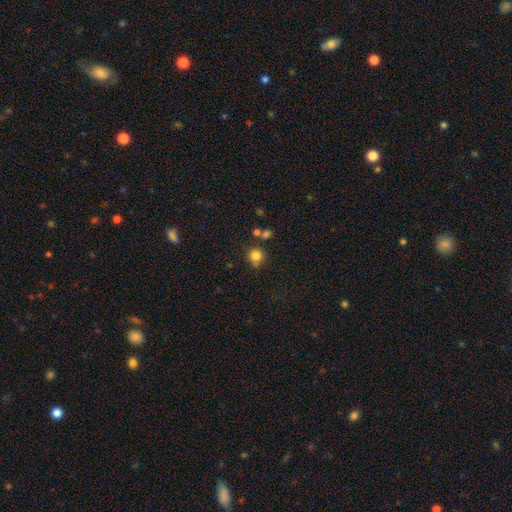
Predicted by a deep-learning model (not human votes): smooth_or_featured: smooth (p=0.81) [alt: star or artifact p=0.12]
how_rounded: round (p=0.91) [alt: in between p=0.08]
merging: none (p=0.71) [alt: minor disturbance p=0.12]